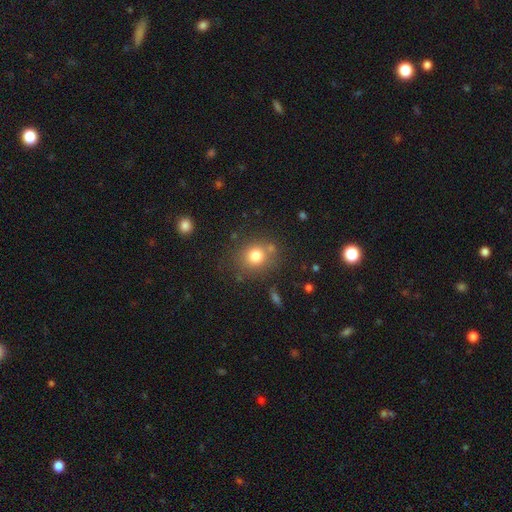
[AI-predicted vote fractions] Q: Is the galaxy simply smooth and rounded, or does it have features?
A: smooth — 78%.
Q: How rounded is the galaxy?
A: round — 82%.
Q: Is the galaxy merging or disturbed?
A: none — 76%.